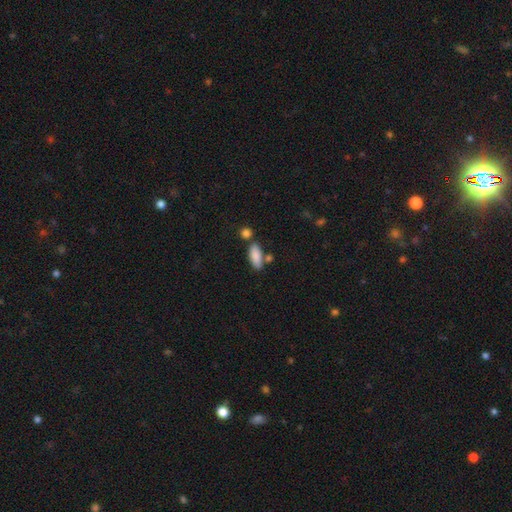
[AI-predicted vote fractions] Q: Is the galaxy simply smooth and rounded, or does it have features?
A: smooth — 87%.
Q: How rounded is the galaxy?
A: in between — 80%.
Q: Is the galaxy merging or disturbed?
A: none — 68%.